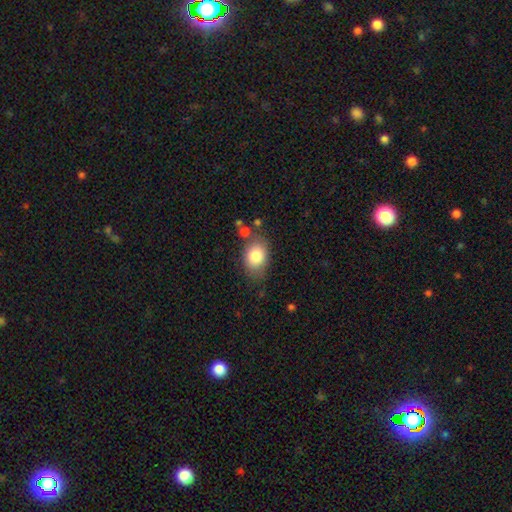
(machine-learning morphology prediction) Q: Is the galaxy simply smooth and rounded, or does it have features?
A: smooth — 82%.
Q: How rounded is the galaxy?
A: in between — 71%.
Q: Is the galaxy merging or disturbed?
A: none — 69%.